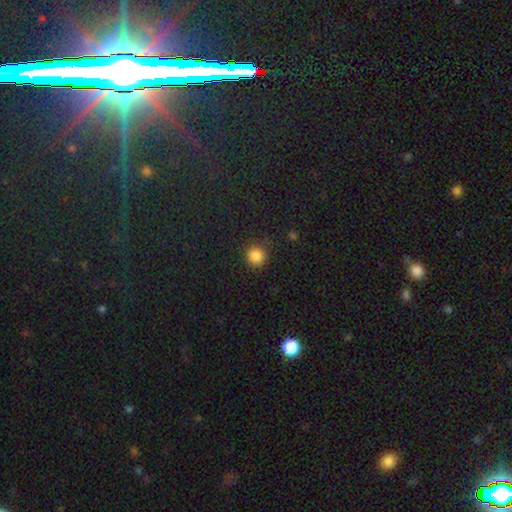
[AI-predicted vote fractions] Smooth or featured: smooth — 84% (star or artifact — 12%)
How rounded: round — 92% (in between — 7%)
Merging: none — 86% (minor disturbance — 10%)